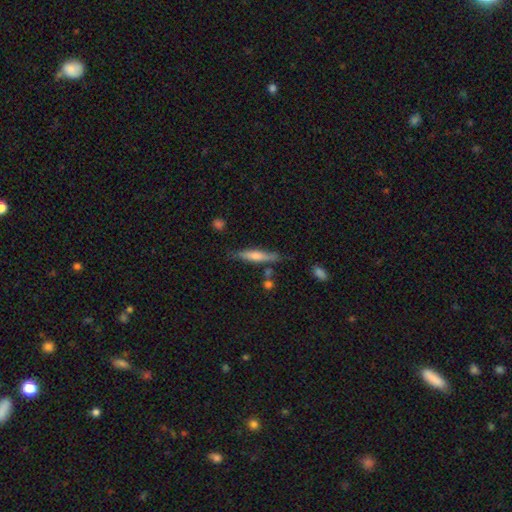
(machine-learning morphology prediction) Smooth or featured? smooth (51%)
How rounded? cigar-shaped (88%)
Merging? none (77%)